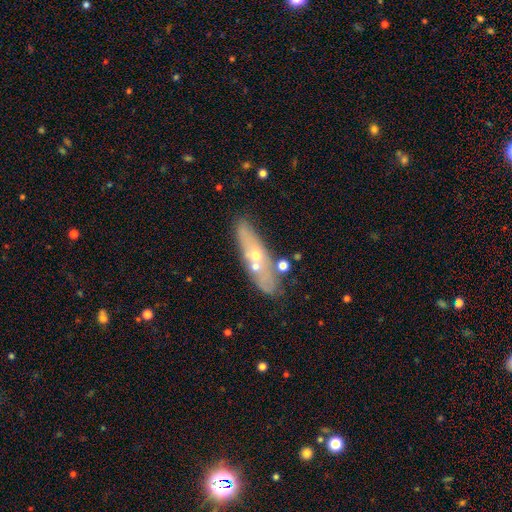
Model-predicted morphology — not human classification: This appears to be a featured or disk galaxy (54%). Merging: none (68%).